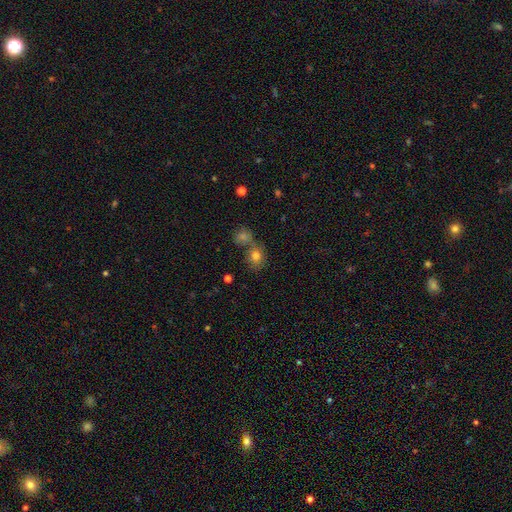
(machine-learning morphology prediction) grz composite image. It shows a smooth galaxy with no disk features (78%) that is round (66%). Merging: none (46%).